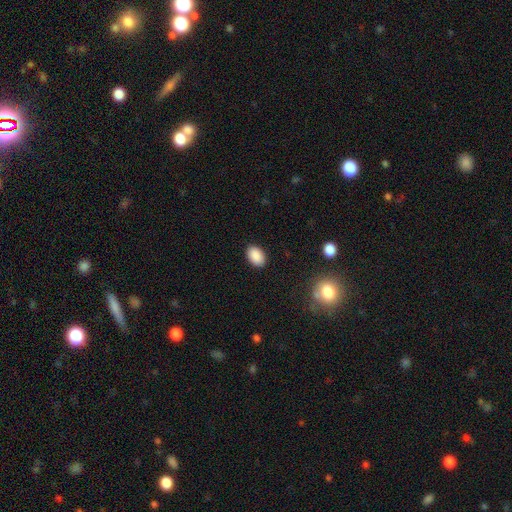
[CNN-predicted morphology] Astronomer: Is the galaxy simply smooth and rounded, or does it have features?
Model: smooth — 88%.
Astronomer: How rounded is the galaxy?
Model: in between — 87%.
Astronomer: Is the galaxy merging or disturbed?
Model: none — 89%.